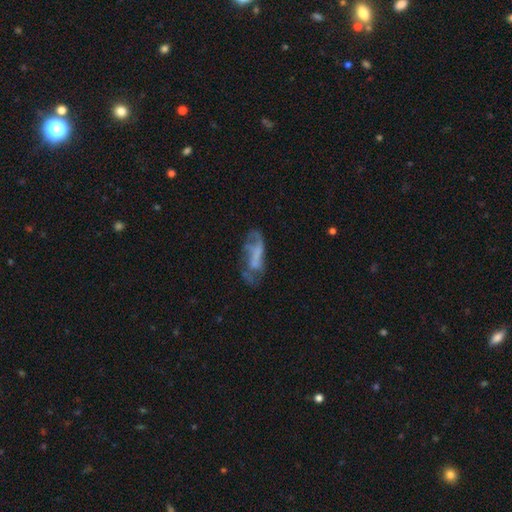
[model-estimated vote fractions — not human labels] This appears to be a featured or disk galaxy (57%) with no bar (61%), no spiral arms (52%) and no central bulge (63%). Merging: none (39%).